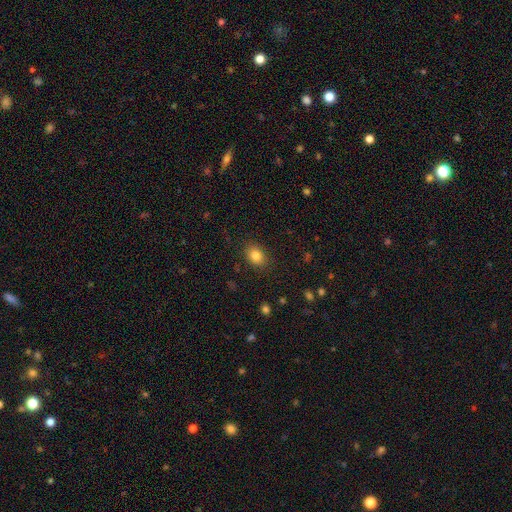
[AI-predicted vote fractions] smooth_or_featured: smooth (p=0.83) [alt: star or artifact p=0.10]
how_rounded: in between (p=0.65) [alt: round p=0.34]
merging: none (p=0.86) [alt: minor disturbance p=0.10]